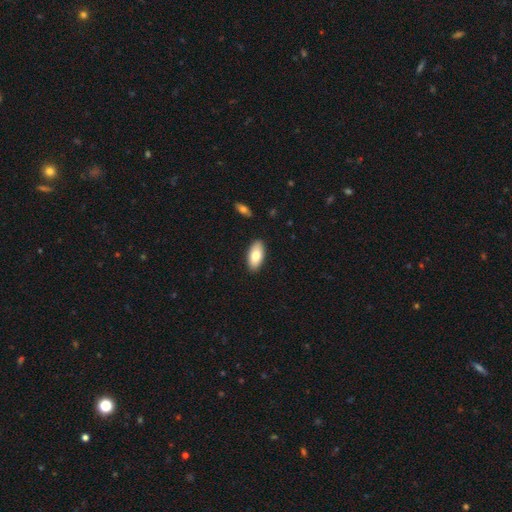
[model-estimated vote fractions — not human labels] This appears to be a smooth galaxy with no disk features (79%) that is in between round and cigar-shaped (91%). Merging: none (89%).